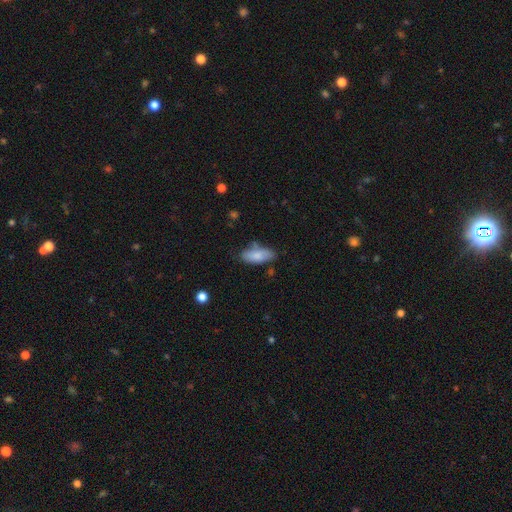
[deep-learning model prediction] Q: Smooth or featured?
A: smooth (81%); runner-up: featured or disk (13%)
Q: How rounded?
A: in between (84%); runner-up: cigar-shaped (14%)
Q: Merging?
A: none (65%); runner-up: minor disturbance (24%)